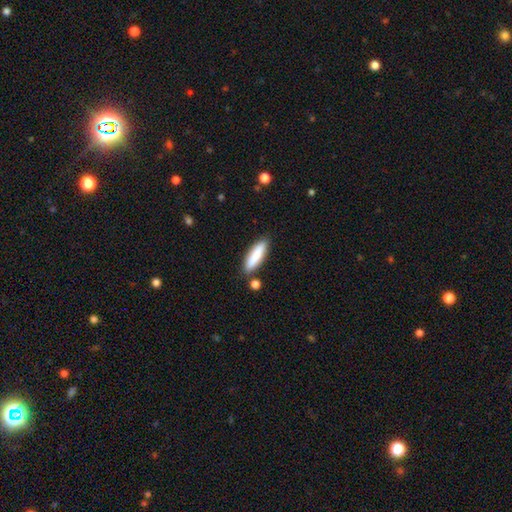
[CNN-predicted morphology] A smooth galaxy with no disk features (84%) that is cigar-shaped (66%).

Vote fractions:
- Smooth or featured? smooth: 84% / featured or disk: 11% / star or artifact: 6%
- How rounded? cigar-shaped: 66% / in between: 33% / round: 2%
- Merging? none: 83% / minor disturbance: 10% / merger: 5% / major disturbance: 2%